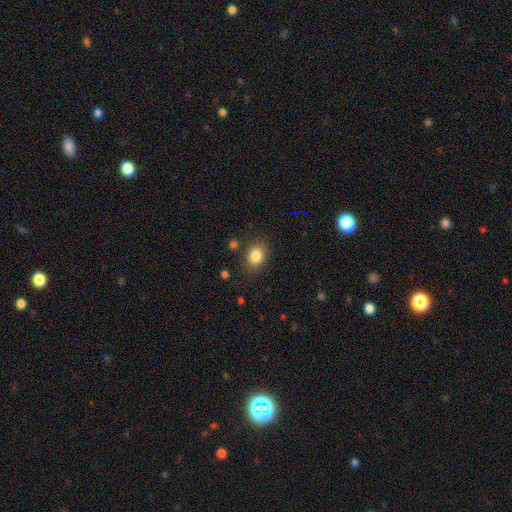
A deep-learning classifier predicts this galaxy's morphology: smooth-or-featured: smooth: 83% | star or artifact: 10% | featured or disk: 7%
  how-rounded: in between: 61% | round: 38% | cigar-shaped: 1%
  merging: none: 80% | minor disturbance: 13% | major disturbance: 4% | merger: 3%